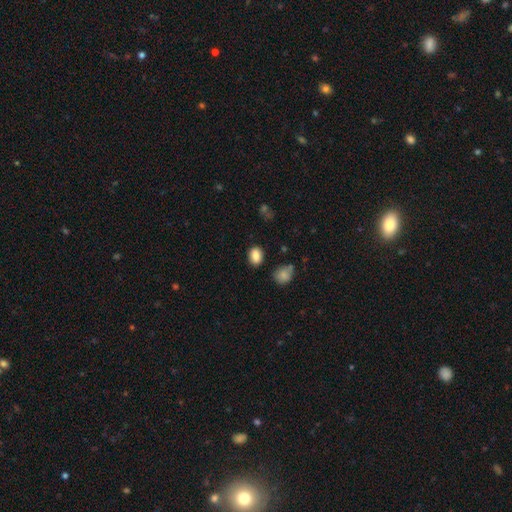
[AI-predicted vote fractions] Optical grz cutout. It shows a smooth galaxy with no disk features (86%) that is in between round and cigar-shaped (70%). Merging: none (82%).